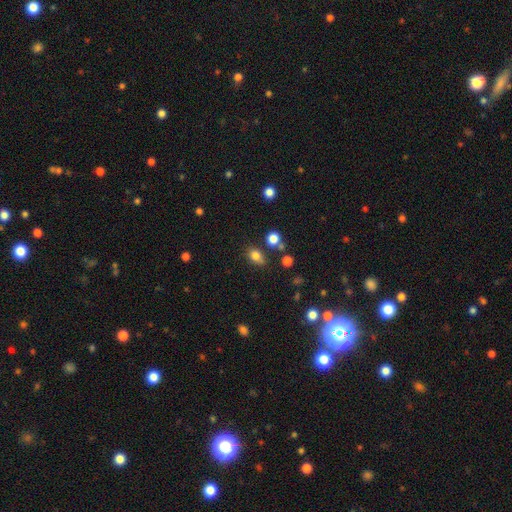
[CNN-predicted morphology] A smooth galaxy with no disk features (80%) that is in between round and cigar-shaped (62%).

Vote fractions:
- Smooth or featured? smooth: 80% / star or artifact: 13% / featured or disk: 7%
- How rounded? in between: 62% / round: 37% / cigar-shaped: 2%
- Merging? none: 71% / minor disturbance: 17% / merger: 7% / major disturbance: 5%